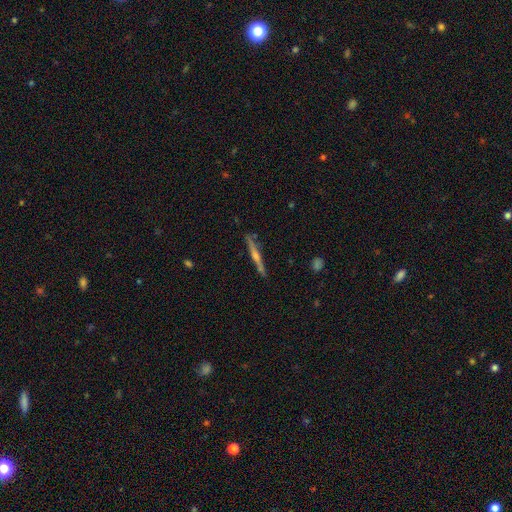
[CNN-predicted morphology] A featured or disk galaxy (72%) viewed edge-on (97%) with a rounded central bulge (78%). Merging: none (87%).